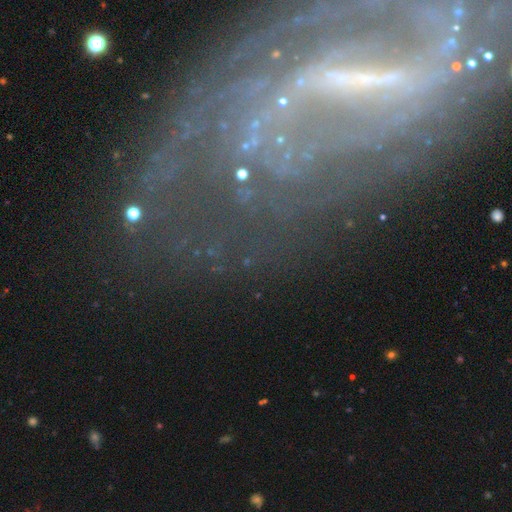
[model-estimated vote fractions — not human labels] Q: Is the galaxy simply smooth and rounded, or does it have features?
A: featured or disk — 72%.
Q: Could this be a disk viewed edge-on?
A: no — 89%.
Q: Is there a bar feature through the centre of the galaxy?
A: strong — 49%.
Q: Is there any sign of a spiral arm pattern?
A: yes — 67%.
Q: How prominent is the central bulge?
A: small — 38%.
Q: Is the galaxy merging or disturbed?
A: none — 59%.